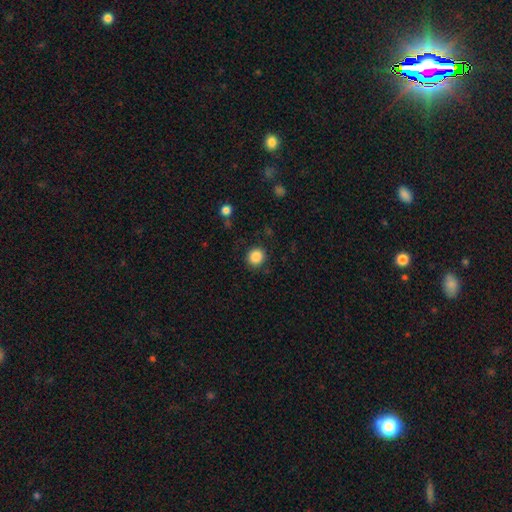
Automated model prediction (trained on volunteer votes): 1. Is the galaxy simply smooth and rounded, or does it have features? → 87% smooth, 10% star or artifact, 3% featured or disk.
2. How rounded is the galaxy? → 89% round, 10% in between, 1% cigar-shaped.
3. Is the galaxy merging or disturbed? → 88% none, 8% minor disturbance, 3% major disturbance, 1% merger.